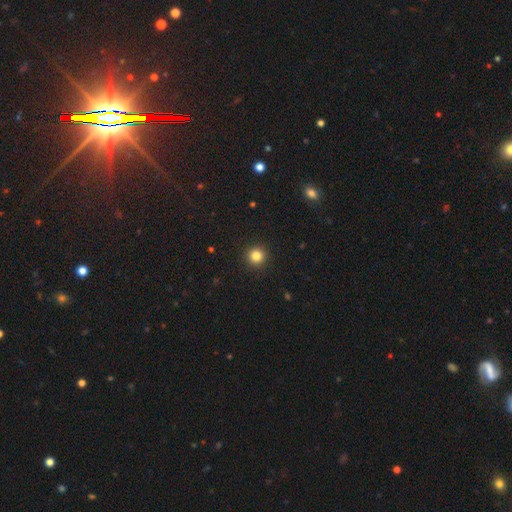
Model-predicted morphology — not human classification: smooth-or-featured: smooth: 83% | star or artifact: 12% | featured or disk: 5%
  how-rounded: round: 95% | in between: 4% | cigar-shaped: 1%
  merging: none: 93% | minor disturbance: 4% | major disturbance: 2% | merger: 1%